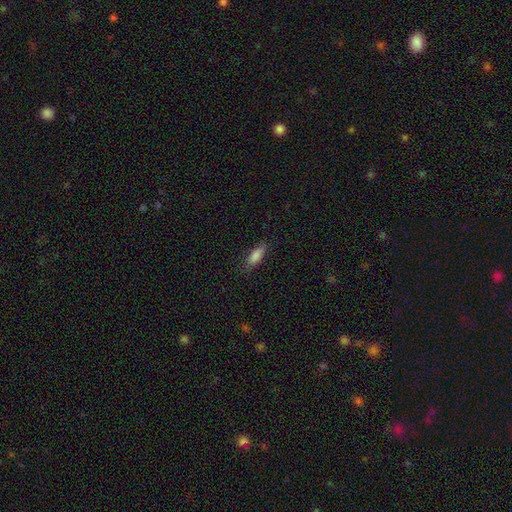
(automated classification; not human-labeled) Smooth or featured: smooth — 84% (featured or disk — 8%)
How rounded: in between — 57% (cigar-shaped — 41%)
Merging: none — 80% (minor disturbance — 15%)